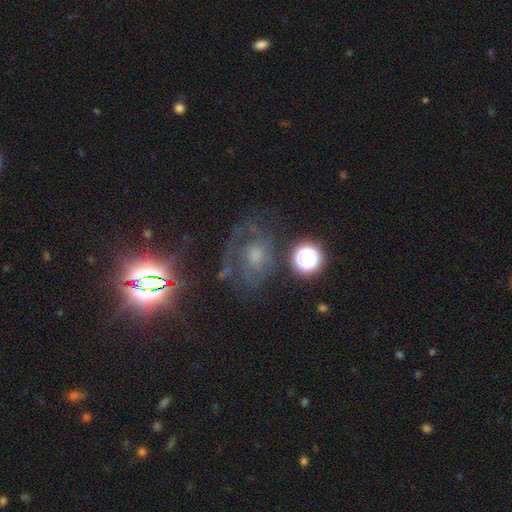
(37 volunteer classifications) This appears to be a featured or disk galaxy (49%) with no bar (78%), 1 (55%) tight (36%, tied with loose) spiral arms (61%) and a moderate central bulge (50%). Merging: major disturbance (43%).